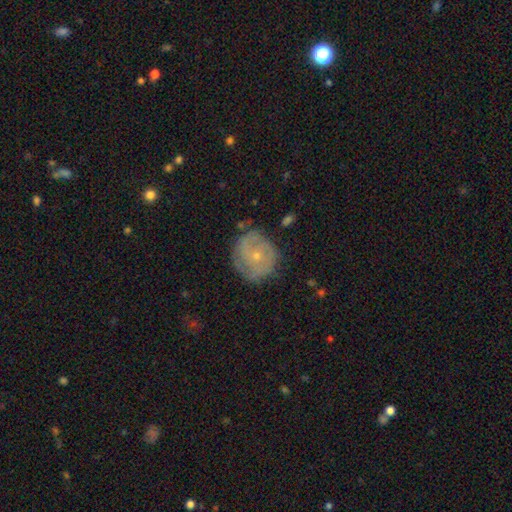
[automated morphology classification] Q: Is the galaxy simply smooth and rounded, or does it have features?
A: featured or disk — 63%.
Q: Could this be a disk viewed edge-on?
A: no — 97%.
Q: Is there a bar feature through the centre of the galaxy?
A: no — 79%.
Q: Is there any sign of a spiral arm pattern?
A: yes — 77%.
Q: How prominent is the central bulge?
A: small — 73%.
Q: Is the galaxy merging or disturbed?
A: none — 73%.